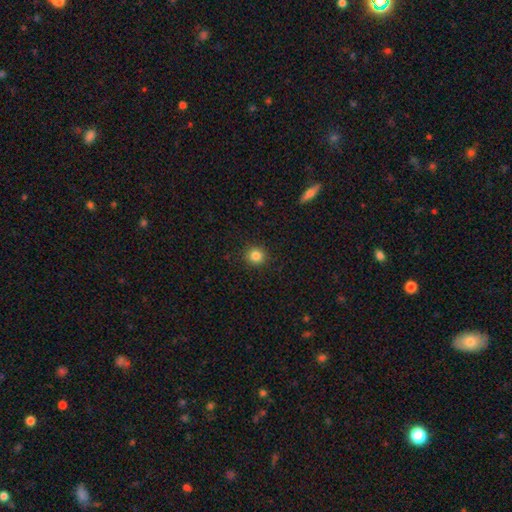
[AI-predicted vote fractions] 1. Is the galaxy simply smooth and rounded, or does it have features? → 84% smooth, 11% star or artifact, 5% featured or disk.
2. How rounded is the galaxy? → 92% round, 7% in between, 1% cigar-shaped.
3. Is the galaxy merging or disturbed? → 91% none, 6% minor disturbance, 2% major disturbance, 1% merger.